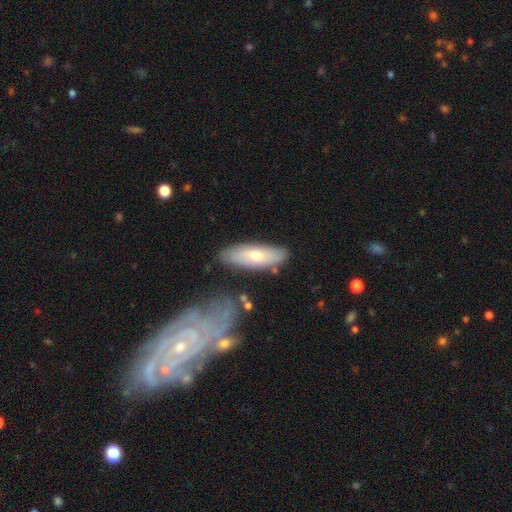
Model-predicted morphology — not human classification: type=smooth (60%); roundness=in between (56%); merging=none (78%).